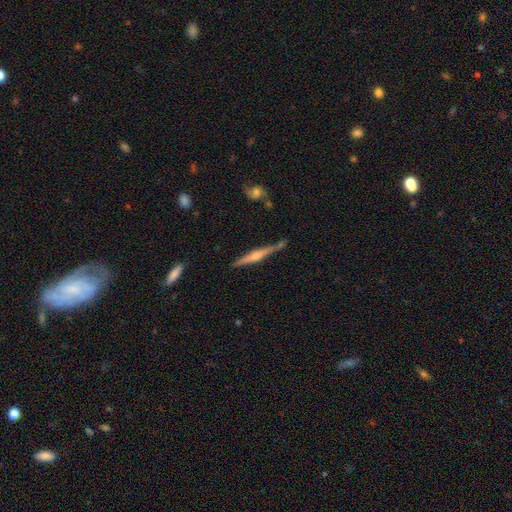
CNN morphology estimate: smooth-or-featured: featured or disk: 66% | smooth: 28% | star or artifact: 6%
  disk-edge-on: yes: 97% | no: 3%
    edge-on-bulge: rounded: 73% | boxy: 14% | none: 13%
  merging: none: 78% | minor disturbance: 14% | merger: 4% | major disturbance: 3%